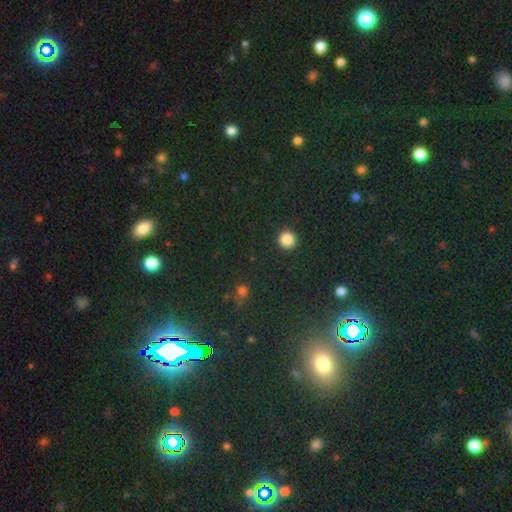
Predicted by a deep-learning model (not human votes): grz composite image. It shows a star or artifact, not a galaxy (67%).